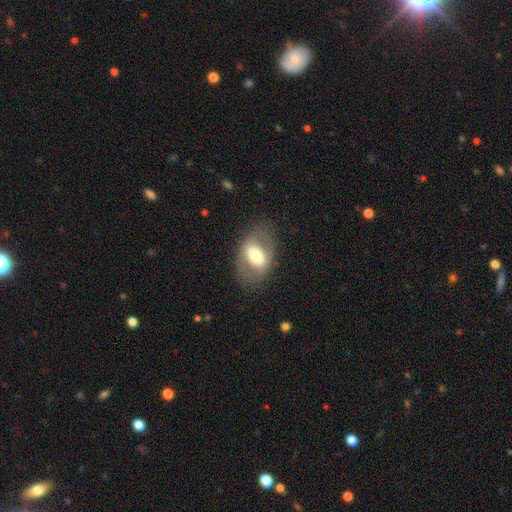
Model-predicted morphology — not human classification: Smooth or featured? Predicted: featured or disk (p=0.47). Merging? Predicted: none (p=0.75).